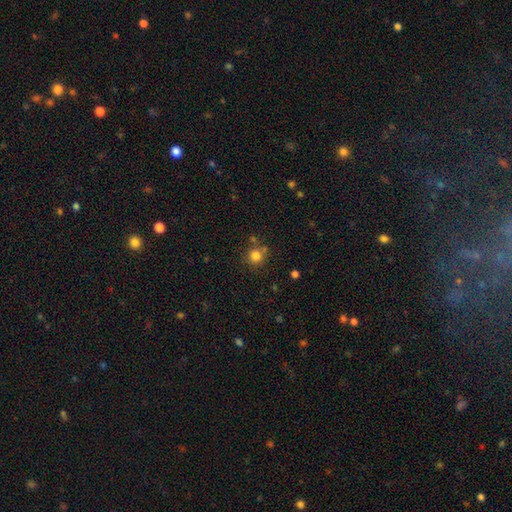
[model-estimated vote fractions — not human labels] Smooth or featured: smooth — 82% (star or artifact — 12%)
How rounded: round — 90% (in between — 9%)
Merging: none — 73% (minor disturbance — 13%)